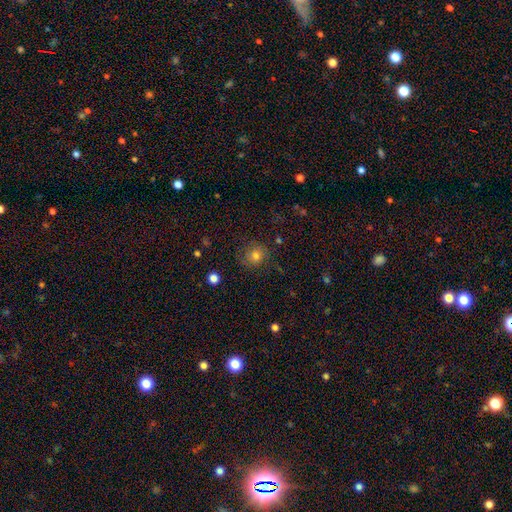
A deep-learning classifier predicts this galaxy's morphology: smooth-or-featured: smooth: 77% | star or artifact: 13% | featured or disk: 10%
  how-rounded: round: 83% | in between: 16% | cigar-shaped: 1%
  merging: none: 77% | minor disturbance: 15% | major disturbance: 6% | merger: 2%